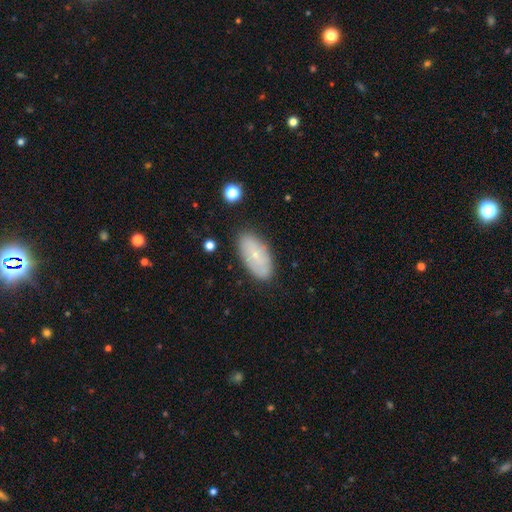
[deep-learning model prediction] Morphology: type=smooth (55%); roundness=in between (91%); merging=none (82%).